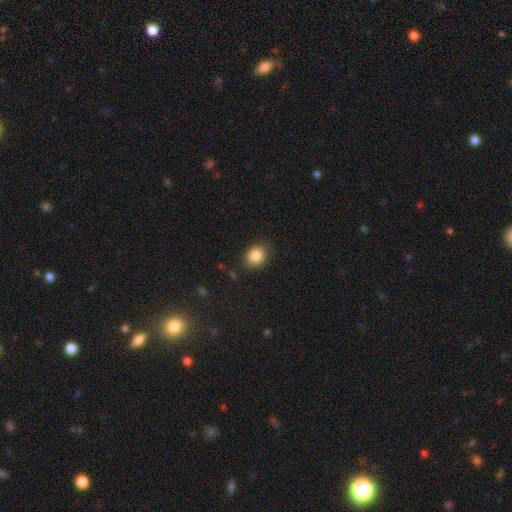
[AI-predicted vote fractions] Smooth or featured?
  - smooth: 85% *
  - star or artifact: 9%
  - featured or disk: 6%
How rounded?
  - round: 59% *
  - in between: 40%
  - cigar-shaped: 1%
Merging?
  - none: 85% *
  - minor disturbance: 11%
  - major disturbance: 3%
  - merger: 2%